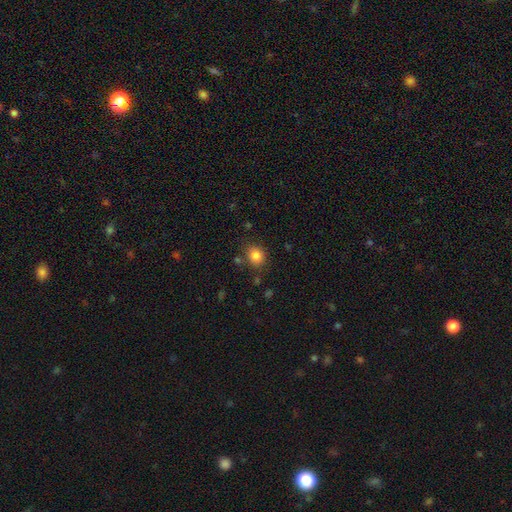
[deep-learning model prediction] Smooth or featured? Predicted: smooth (p=0.83). How rounded? Predicted: round (p=0.70). Merging? Predicted: none (p=0.82).